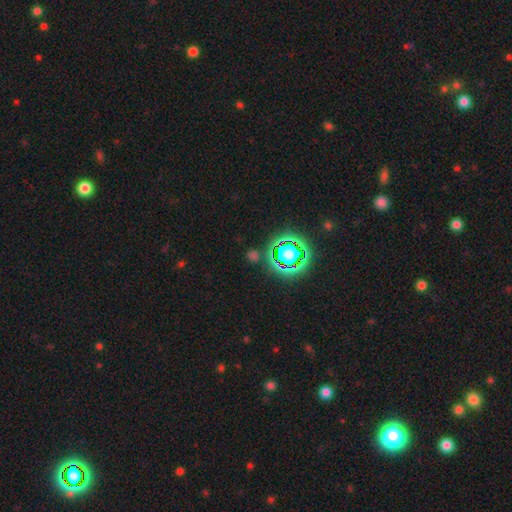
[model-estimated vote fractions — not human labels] smooth-or-featured: star or artifact: 61% | smooth: 28% | featured or disk: 11%